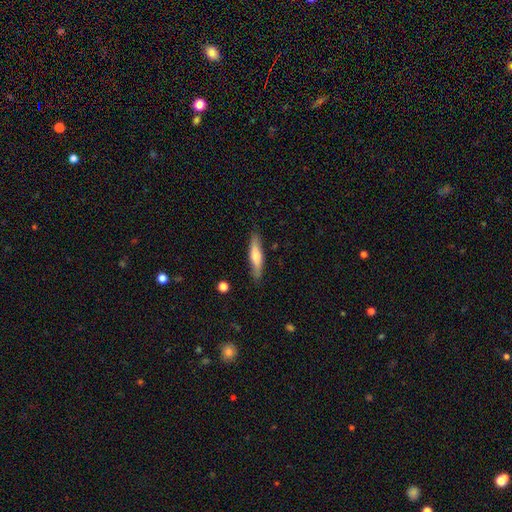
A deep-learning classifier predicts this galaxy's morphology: This is possibly a smooth galaxy (60%). How rounded: clearly cigar-shaped (80%). Merging: clearly none (84%).